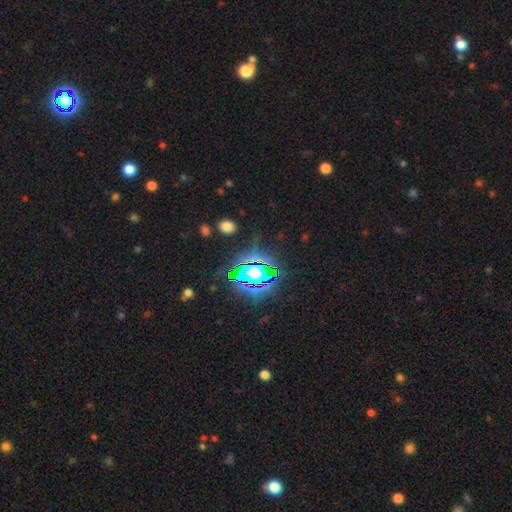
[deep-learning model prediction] This is clearly a star or artifact rather than a galaxy (84%).